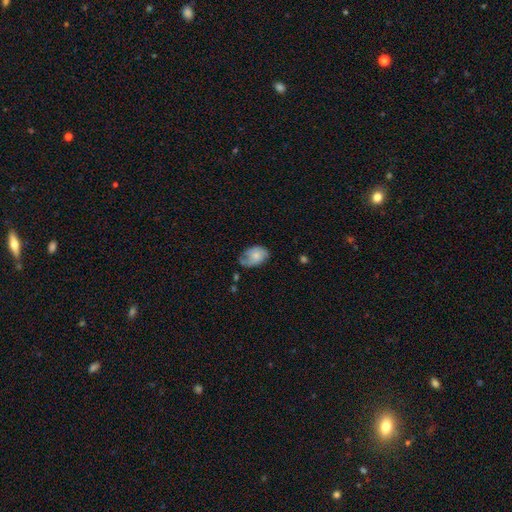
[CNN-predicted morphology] smooth-or-featured: smooth: 53% | featured or disk: 39% | star or artifact: 7%
  how-rounded: in between: 84% | round: 15% | cigar-shaped: 1%
  merging: none: 47% | minor disturbance: 35% | major disturbance: 15% | merger: 3%